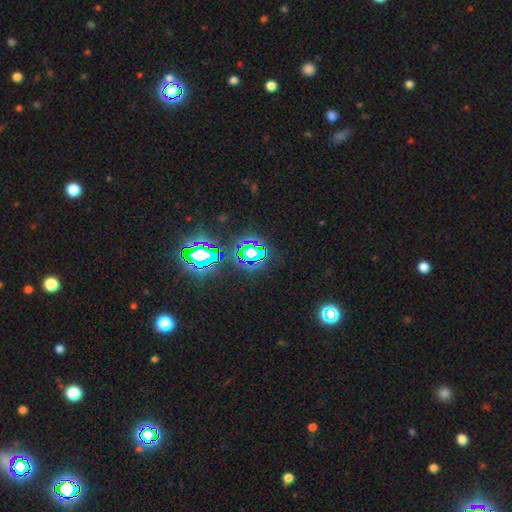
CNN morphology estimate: Overall: star or artifact (72%).